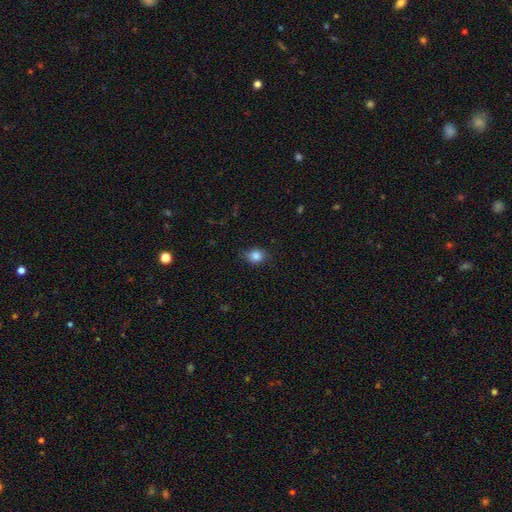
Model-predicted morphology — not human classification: A smooth galaxy with no disk features (85%) that is round (60%). Merging: none (77%).